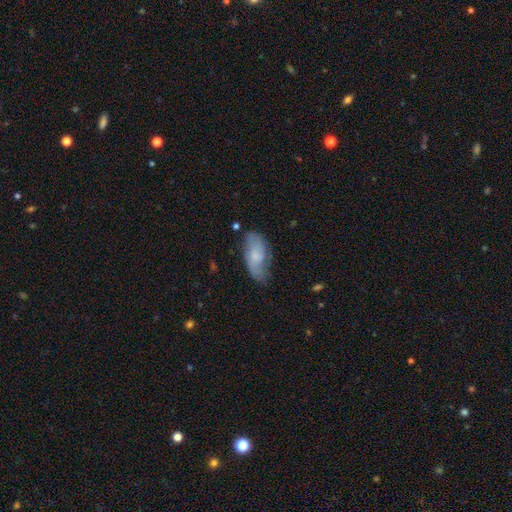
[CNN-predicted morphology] Smooth or featured? Predicted: smooth (p=0.59). How rounded? Predicted: in between (p=0.88). Merging? Predicted: none (p=0.61).